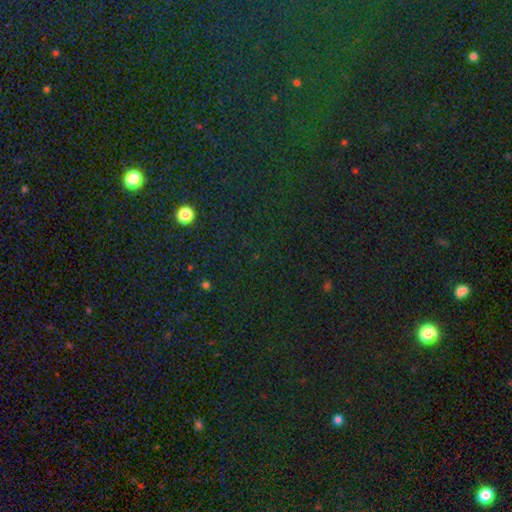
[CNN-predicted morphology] smooth_or_featured: star or artifact (p=0.79) [alt: smooth p=0.14]